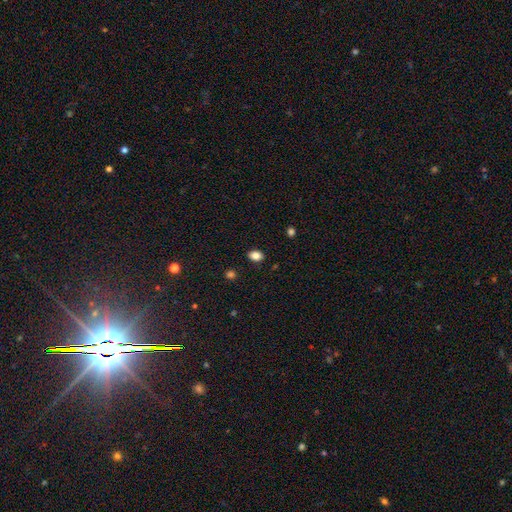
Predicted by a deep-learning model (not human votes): Smooth or featured? Predicted: smooth (p=0.85). How rounded? Predicted: in between (p=0.77). Merging? Predicted: none (p=0.87).